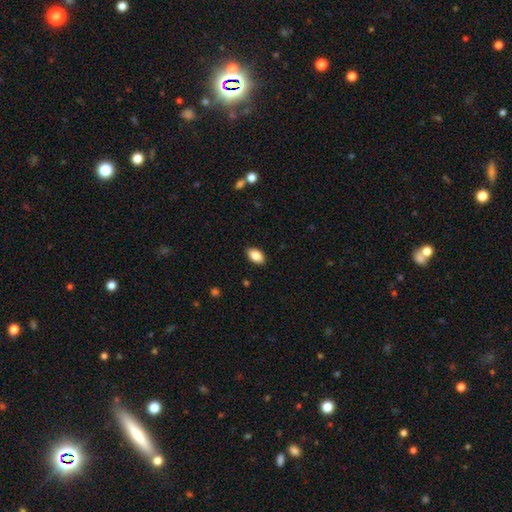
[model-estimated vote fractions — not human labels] Smooth or featured: smooth — 85% (featured or disk — 8%)
How rounded: in between — 92% (round — 6%)
Merging: none — 88% (minor disturbance — 9%)